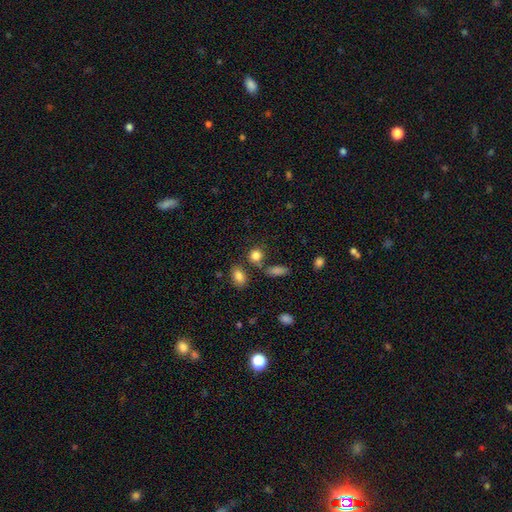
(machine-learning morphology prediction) This is clearly a smooth galaxy (83%). How rounded: likely round (72%). Merging: likely none (69%).